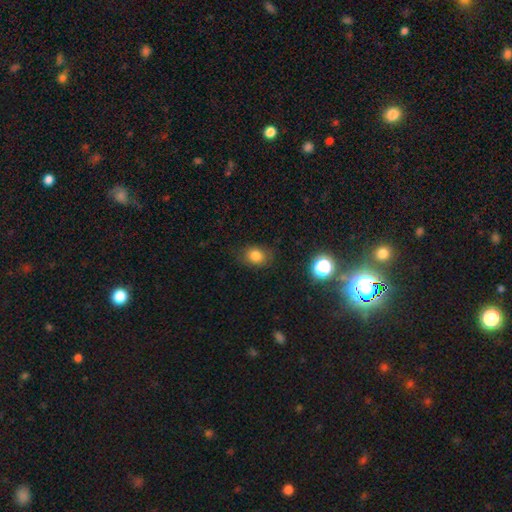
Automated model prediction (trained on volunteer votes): Smooth or featured? Predicted: smooth (p=0.80). How rounded? Predicted: round (p=0.52). Merging? Predicted: none (p=0.78).